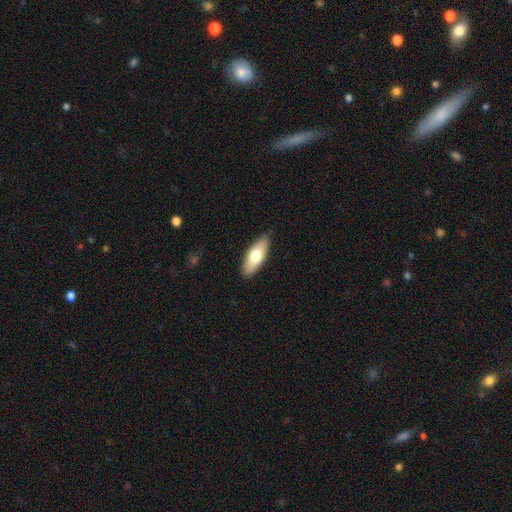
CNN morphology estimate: The model was most divided on "smooth or featured": smooth: 68%, featured or disk: 27%, star or artifact: 6%. More confident: merging — none (87%); how rounded — in between (71%).